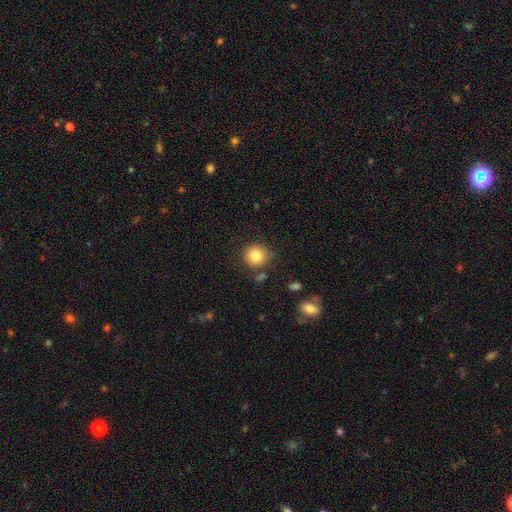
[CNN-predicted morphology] Smooth or featured: smooth — 83% (star or artifact — 10%)
How rounded: round — 90% (in between — 9%)
Merging: none — 81% (minor disturbance — 11%)